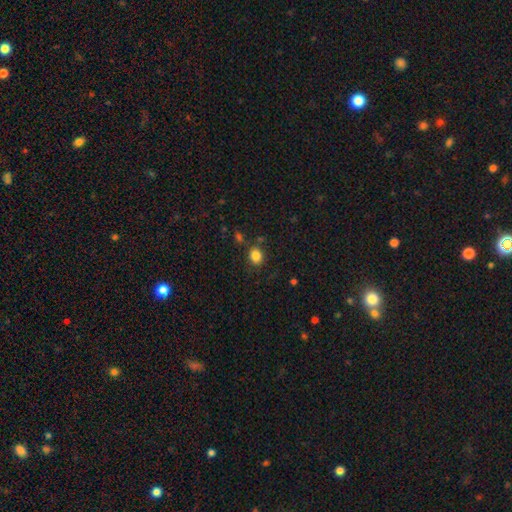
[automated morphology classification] Overall: smooth (84%). How rounded: round (62%; in between 37%). Merging: none (78%).